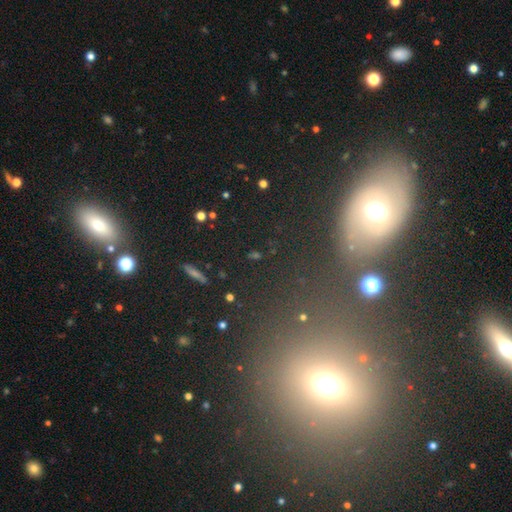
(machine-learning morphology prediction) A star or artifact, not a galaxy (47%).